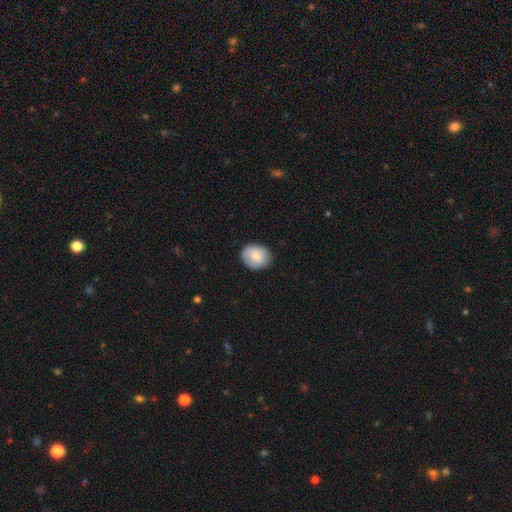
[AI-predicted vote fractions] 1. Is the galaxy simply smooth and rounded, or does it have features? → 81% smooth, 12% featured or disk, 7% star or artifact.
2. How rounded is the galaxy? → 57% round, 42% in between, 1% cigar-shaped.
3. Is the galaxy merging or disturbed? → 84% none, 12% minor disturbance, 2% major disturbance, 1% merger.